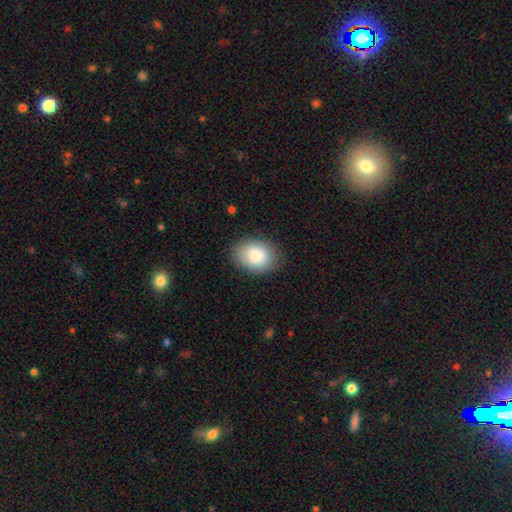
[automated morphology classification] A smooth galaxy with no disk features (85%) that is in between round and cigar-shaped (71%). Merging: none (84%).